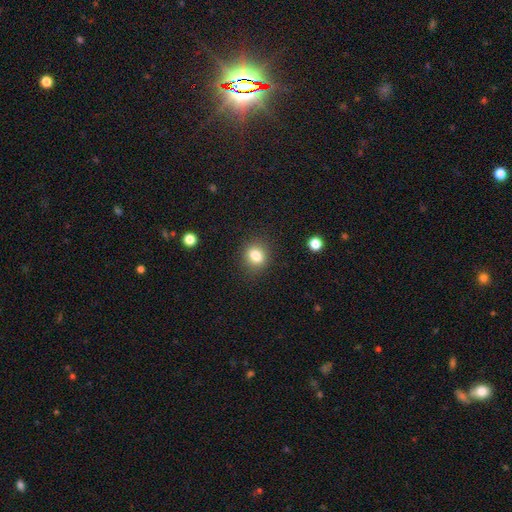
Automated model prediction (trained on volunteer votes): Smooth or featured? smooth (83%)
How rounded? round (63%)
Merging? none (87%)